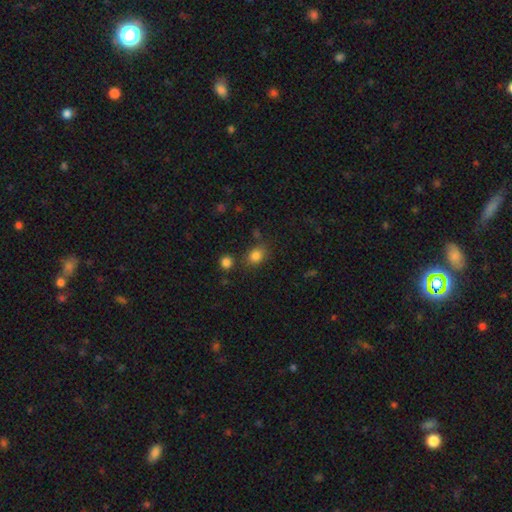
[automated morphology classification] Smooth or featured: smooth — 82% (star or artifact — 12%)
How rounded: round — 51% (in between — 48%)
Merging: none — 74% (minor disturbance — 14%)